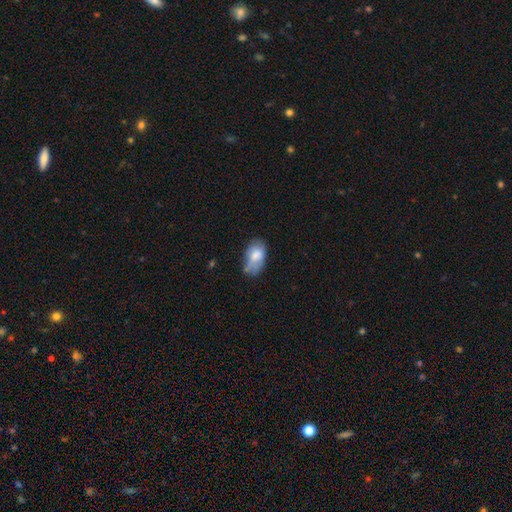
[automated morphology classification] smooth 75%, featured or disk 17%, star or artifact 7%. Down the decision tree: how rounded — in between (92%); merging — none (45%).